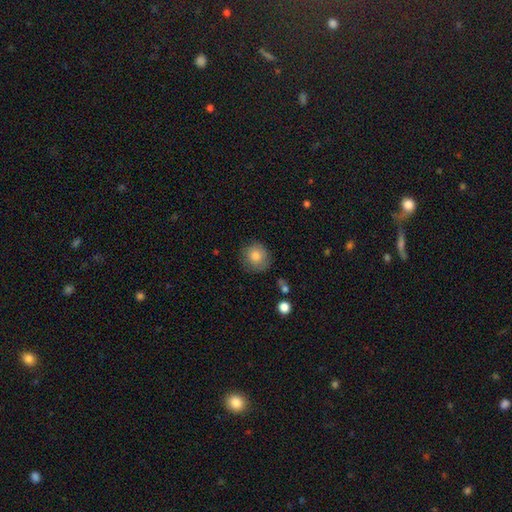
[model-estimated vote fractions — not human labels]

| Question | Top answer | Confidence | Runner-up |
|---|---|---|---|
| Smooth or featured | smooth | 81% | featured or disk (10%) |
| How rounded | round | 88% | in between (11%) |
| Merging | none | 77% | minor disturbance (17%) |